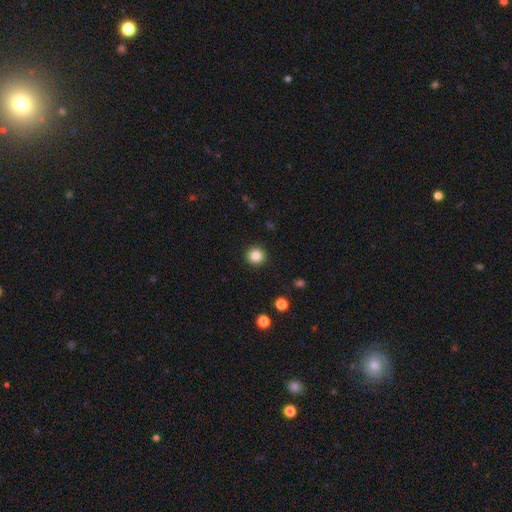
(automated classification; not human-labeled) Smooth or featured? Predicted: smooth (p=0.85). How rounded? Predicted: round (p=0.95). Merging? Predicted: none (p=0.93).